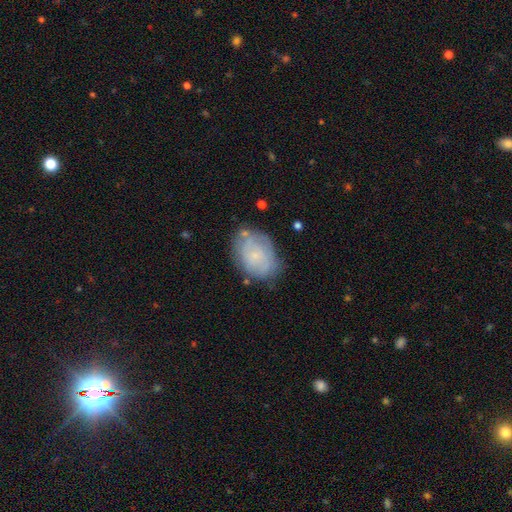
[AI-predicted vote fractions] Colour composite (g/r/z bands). It shows a smooth galaxy with no disk features (47%). Merging: none (63%).